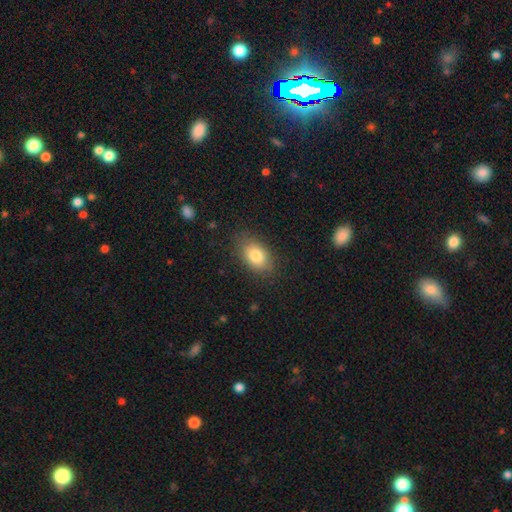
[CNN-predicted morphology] Smooth or featured?
  - smooth: 82% *
  - featured or disk: 10%
  - star or artifact: 8%
How rounded?
  - in between: 86% *
  - round: 12%
  - cigar-shaped: 2%
Merging?
  - none: 81% *
  - minor disturbance: 14%
  - major disturbance: 4%
  - merger: 1%